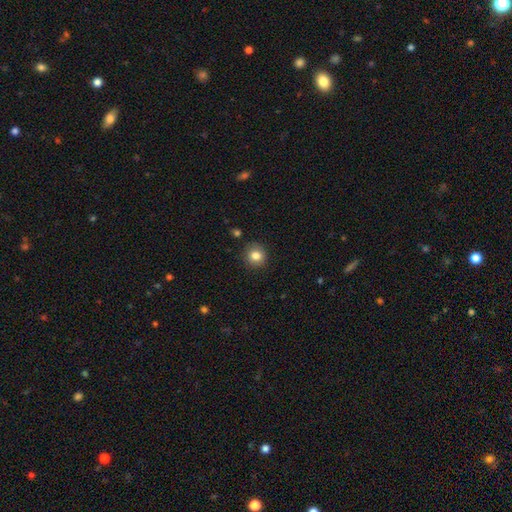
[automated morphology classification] Smooth or featured? Predicted: smooth (p=0.83). How rounded? Predicted: round (p=0.87). Merging? Predicted: none (p=0.87).